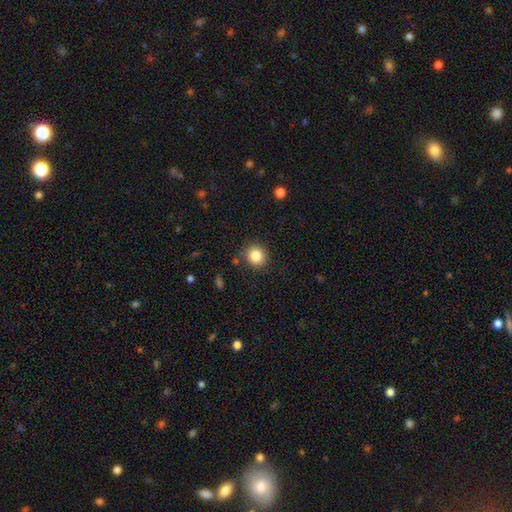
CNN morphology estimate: Q: Smooth or featured?
A: smooth (83%); runner-up: star or artifact (11%)
Q: How rounded?
A: round (85%); runner-up: in between (14%)
Q: Merging?
A: none (87%); runner-up: minor disturbance (8%)